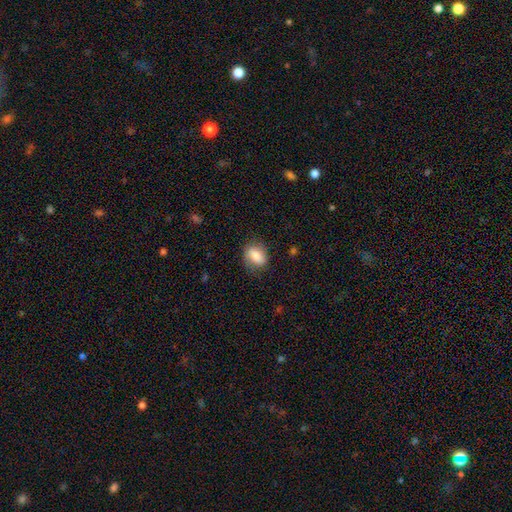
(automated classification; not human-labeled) smooth-or-featured: smooth: 76% | featured or disk: 16% | star or artifact: 8%
  how-rounded: in between: 70% | round: 28% | cigar-shaped: 2%
  merging: none: 71% | minor disturbance: 20% | major disturbance: 7% | merger: 1%